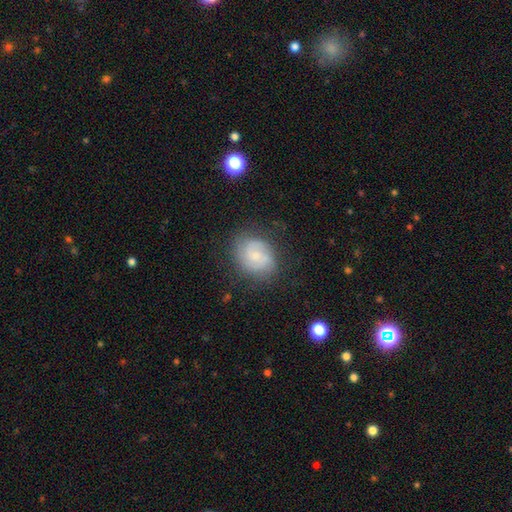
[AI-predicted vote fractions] Q: Smooth or featured?
A: featured or disk (58%); runner-up: smooth (33%)
Q: Edge-on disk?
A: no (98%); runner-up: yes (2%)
Q: Bar?
A: no (54%); runner-up: weak (41%)
Q: Spiral arms?
A: yes (88%); runner-up: no (12%)
Q: Spiral winding?
A: medium (42%); tied with: tight (42%)
Q: Spiral arm count?
A: 2 (56%); runner-up: can't tell (23%)
Q: Bulge size?
A: small (51%); runner-up: moderate (29%)
Q: Merging?
A: none (70%); runner-up: minor disturbance (19%)